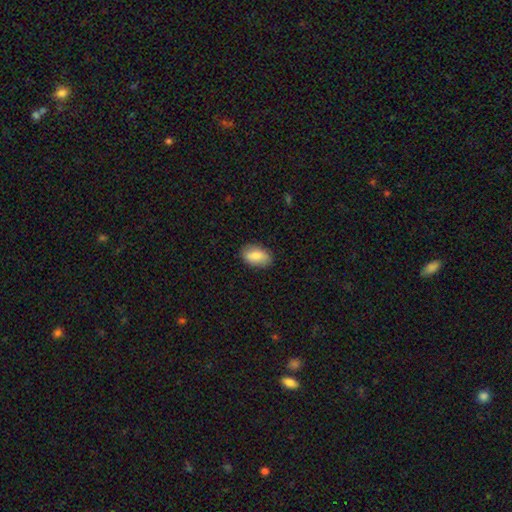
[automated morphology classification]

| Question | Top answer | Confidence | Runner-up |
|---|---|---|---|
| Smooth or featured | smooth | 83% | featured or disk (10%) |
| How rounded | in between | 92% | round (6%) |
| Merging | none | 85% | minor disturbance (12%) |